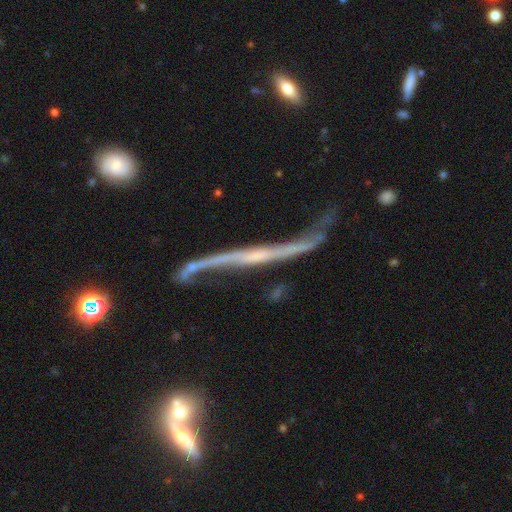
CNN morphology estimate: The model was most divided on "edge-on disk": yes: 55%, no: 45%. Remaining: smooth or featured — featured or disk (83%); merging — none (42%).